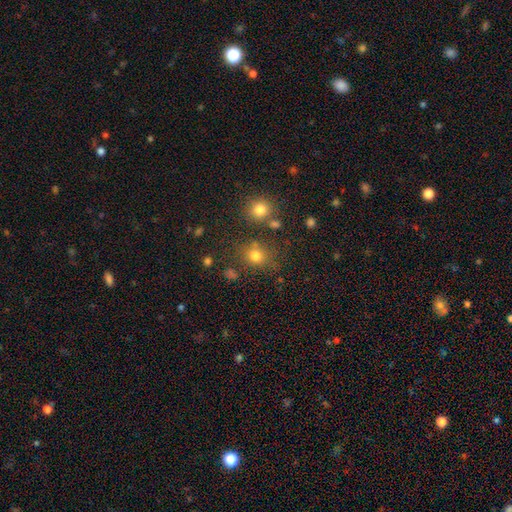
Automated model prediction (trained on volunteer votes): This appears to be a smooth galaxy with no disk features (76%) that is round (72%). Merging: none (70%).